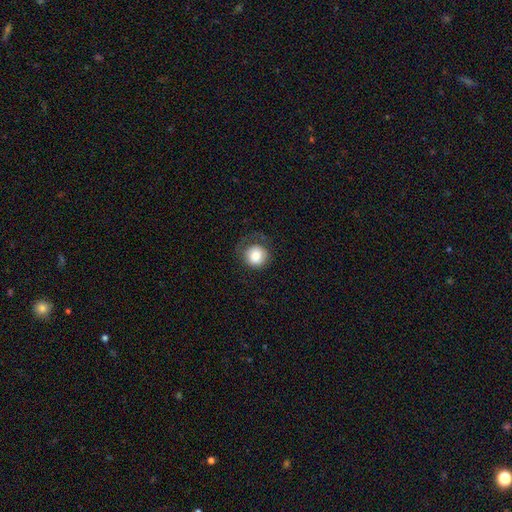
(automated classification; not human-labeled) Smooth or featured? Predicted: smooth (p=0.82). How rounded? Predicted: round (p=0.90). Merging? Predicted: none (p=0.59).